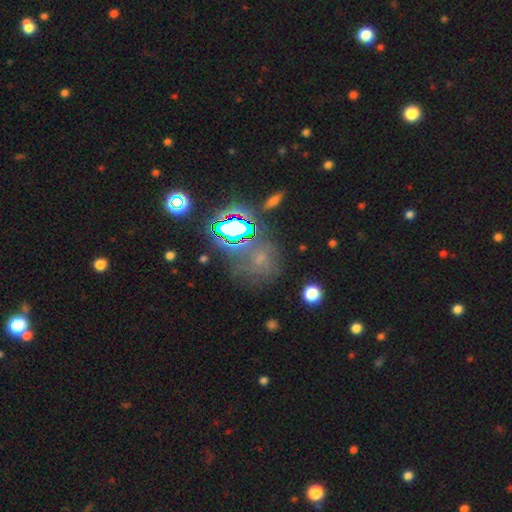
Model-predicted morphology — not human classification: Overall: star or artifact (70%).